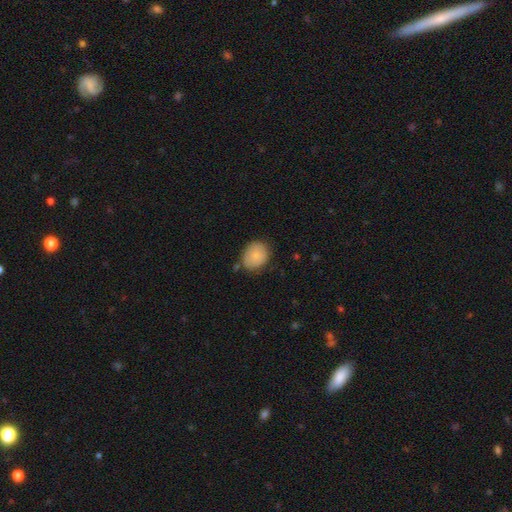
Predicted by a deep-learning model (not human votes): A smooth galaxy with no disk features (84%) that is round (55%).

Vote fractions:
- Smooth or featured? smooth: 84% / featured or disk: 9% / star or artifact: 7%
- How rounded? round: 55% / in between: 44% / cigar-shaped: 1%
- Merging? none: 70% / minor disturbance: 22% / major disturbance: 5% / merger: 4%